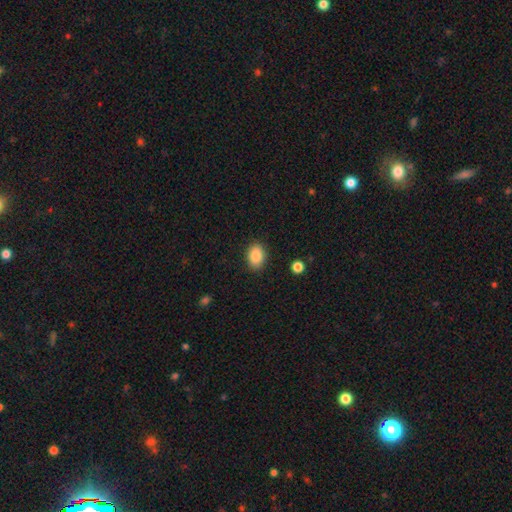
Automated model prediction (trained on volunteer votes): smooth-or-featured: smooth: 87% | star or artifact: 8% | featured or disk: 5%
  how-rounded: in between: 78% | round: 21% | cigar-shaped: 1%
  merging: none: 87% | minor disturbance: 9% | major disturbance: 2% | merger: 1%